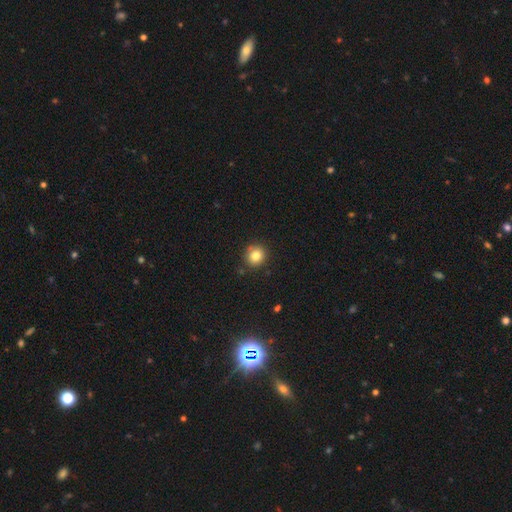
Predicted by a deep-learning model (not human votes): A smooth galaxy with no disk features (81%) that is round (91%). Merging: none (88%).